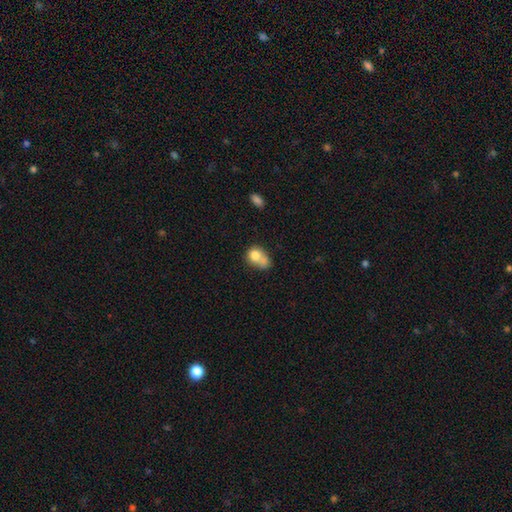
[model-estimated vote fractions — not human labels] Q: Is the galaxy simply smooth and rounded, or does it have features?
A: smooth — 74%.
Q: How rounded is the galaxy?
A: round — 51%.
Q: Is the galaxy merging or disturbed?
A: merger — 53%.